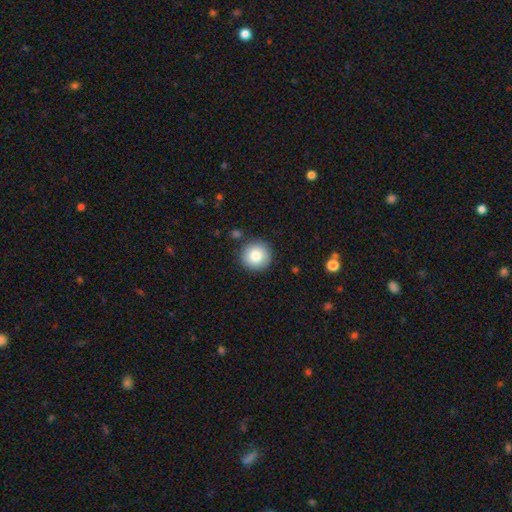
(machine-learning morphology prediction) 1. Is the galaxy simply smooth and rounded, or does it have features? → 83% smooth, 9% star or artifact, 9% featured or disk.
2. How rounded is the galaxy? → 95% round, 4% in between, 1% cigar-shaped.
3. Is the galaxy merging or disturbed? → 89% none, 7% minor disturbance, 2% merger, 2% major disturbance.